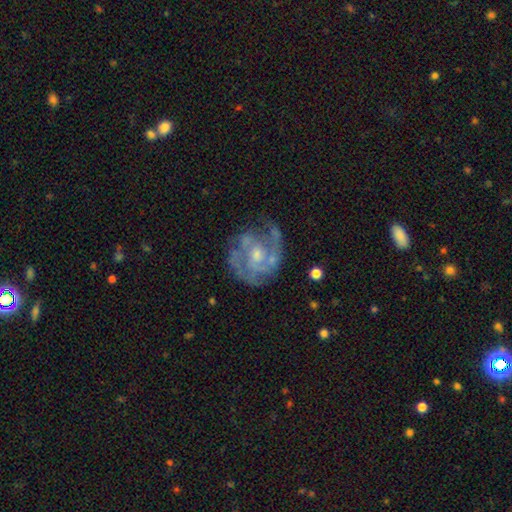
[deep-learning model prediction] A featured or disk galaxy (82%) with no bar (63%), 2 (36%) tight (45%) spiral arms (86%) and a small central bulge (53%).

Vote fractions:
- Smooth or featured? featured or disk: 82% / smooth: 11% / star or artifact: 7%
- Edge-on disk? no: 98% / yes: 2%
- Bar? no: 63% / weak: 31% / strong: 6%
- Spiral arms? yes: 86% / no: 14%
- Spiral winding? tight: 45% / medium: 41% / loose: 13%
- Spiral arm count? 2: 36% / can't tell: 29% / 3: 19% / 1: 6% / 4: 5% / more than 4: 4%
- Bulge size? small: 53% / moderate: 38% / none: 6% / large: 2% / dominant: 1%
- Merging? none: 64% / minor disturbance: 20% / major disturbance: 13% / merger: 3%